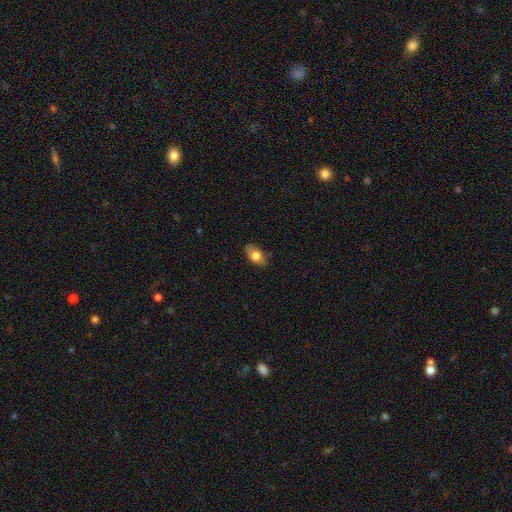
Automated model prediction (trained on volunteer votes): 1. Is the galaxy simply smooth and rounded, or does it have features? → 76% smooth, 16% featured or disk, 7% star or artifact.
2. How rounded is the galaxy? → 90% in between, 8% round, 2% cigar-shaped.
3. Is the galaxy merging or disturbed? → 81% none, 15% minor disturbance, 3% major disturbance, 1% merger.